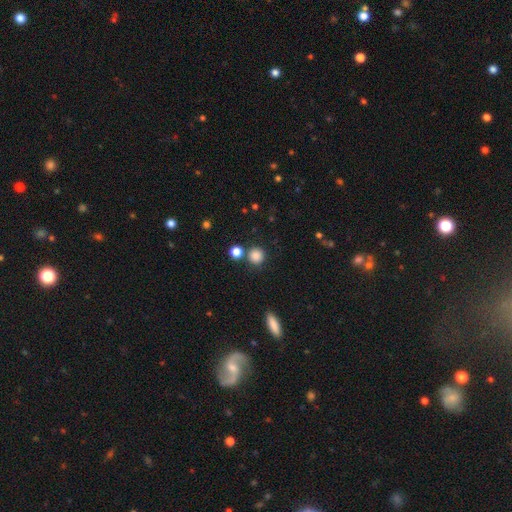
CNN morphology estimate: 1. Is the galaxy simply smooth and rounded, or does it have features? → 85% smooth, 12% star or artifact, 4% featured or disk.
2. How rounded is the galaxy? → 92% round, 7% in between, 1% cigar-shaped.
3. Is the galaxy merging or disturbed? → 79% none, 10% merger, 8% minor disturbance, 3% major disturbance.